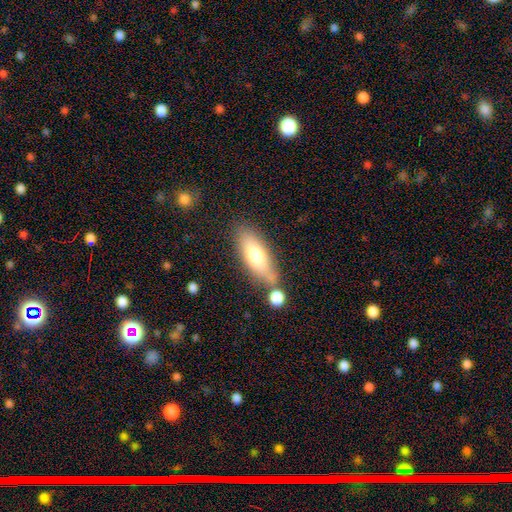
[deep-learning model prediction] smooth-or-featured: smooth: 70% | featured or disk: 23% | star or artifact: 7%
  how-rounded: in between: 66% | cigar-shaped: 32% | round: 3%
  merging: none: 66% | minor disturbance: 16% | merger: 14% | major disturbance: 5%